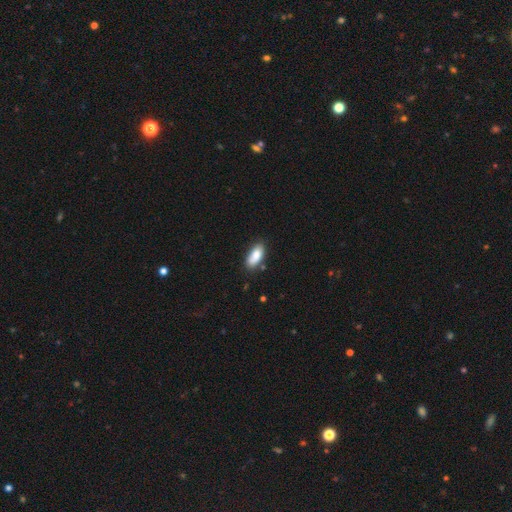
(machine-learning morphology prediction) This is clearly a smooth galaxy (84%). How rounded: clearly in between (87%). Merging: likely none (73%).